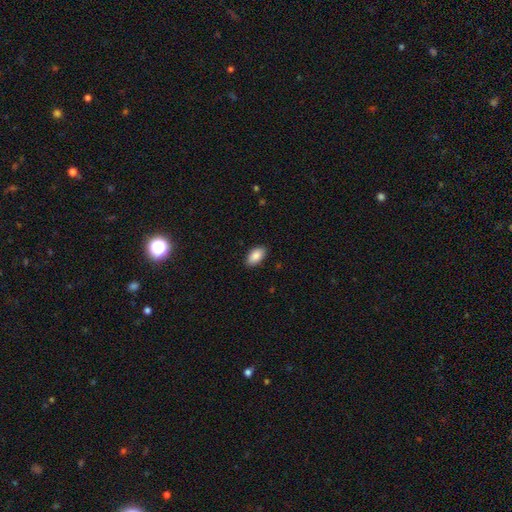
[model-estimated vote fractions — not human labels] A smooth galaxy with no disk features (88%) that is in between round and cigar-shaped (94%). Merging: none (88%).